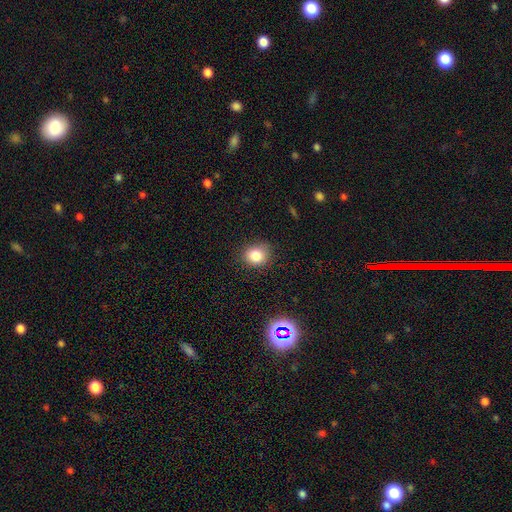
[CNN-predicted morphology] Q: Smooth or featured?
A: smooth (81%); runner-up: star or artifact (12%)
Q: How rounded?
A: round (68%); runner-up: in between (31%)
Q: Merging?
A: none (82%); runner-up: minor disturbance (14%)